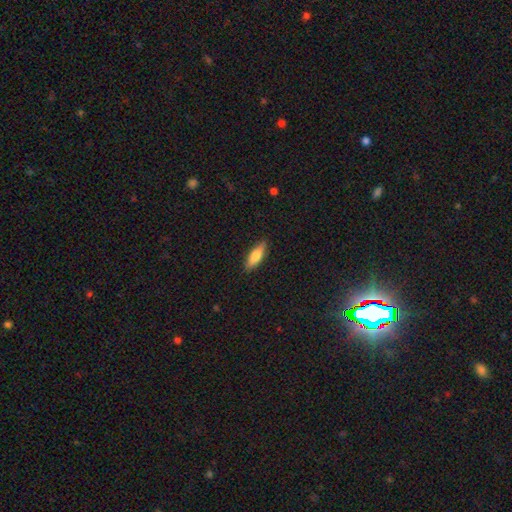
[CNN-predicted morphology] type=smooth (76%); roundness=in between (54%); merging=none (86%).